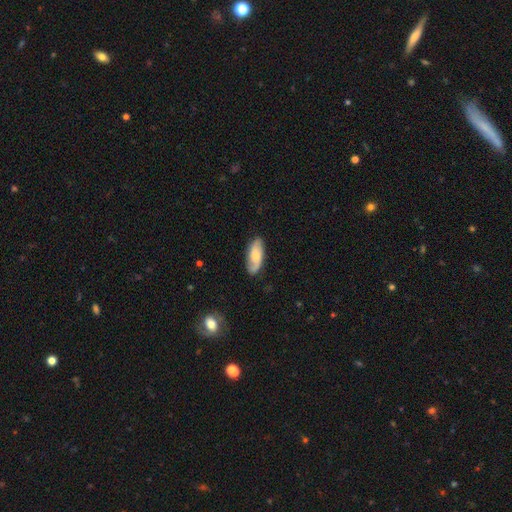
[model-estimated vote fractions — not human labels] smooth-or-featured: featured or disk: 48% | smooth: 46% | star or artifact: 6%
  merging: none: 82% | minor disturbance: 14% | major disturbance: 3% | merger: 1%